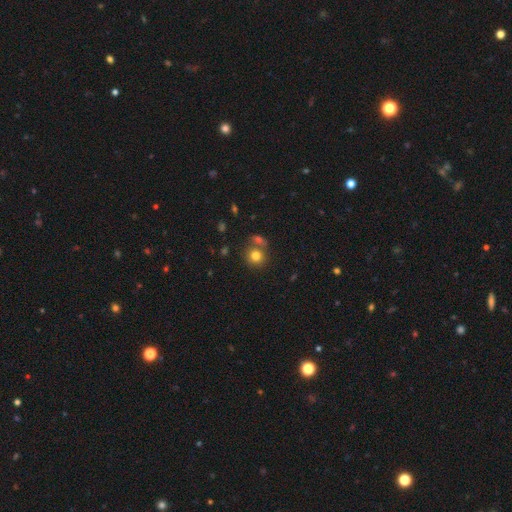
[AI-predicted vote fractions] This is likely a smooth galaxy (79%). How rounded: clearly round (85%). Merging: possibly none (60%).